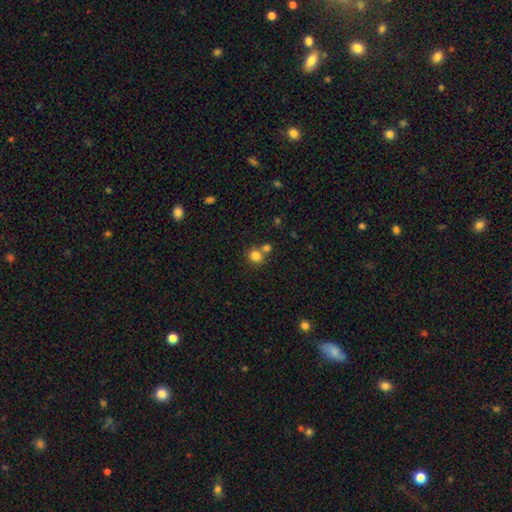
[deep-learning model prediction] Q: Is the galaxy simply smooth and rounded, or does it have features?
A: smooth — 82%.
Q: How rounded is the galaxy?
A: round — 88%.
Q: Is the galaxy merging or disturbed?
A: none — 62%.